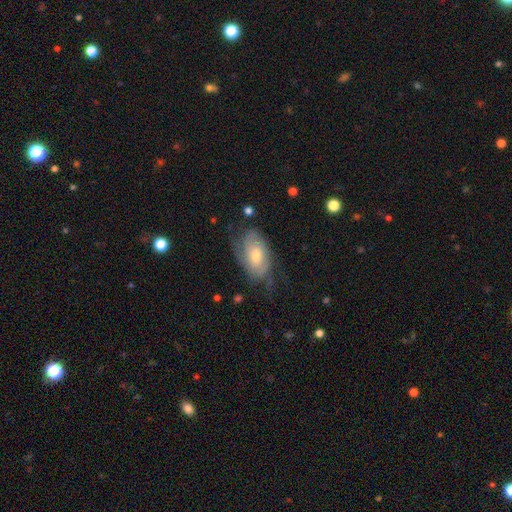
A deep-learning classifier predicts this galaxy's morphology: Smooth or featured: featured or disk — 55% (smooth — 38%)
Edge-on disk: no — 92% (yes — 8%)
Bar: no — 73% (weak — 22%)
Spiral arms: yes — 77% (no — 23%)
Bulge size: moderate — 53% (small — 40%)
Merging: none — 57% (minor disturbance — 27%)